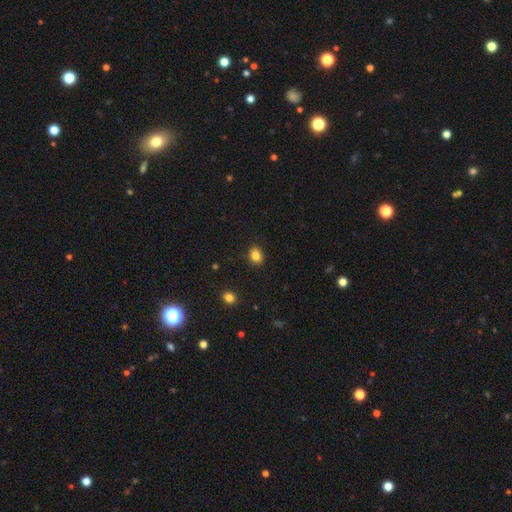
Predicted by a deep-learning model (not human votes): Smooth or featured? Predicted: smooth (p=0.84). How rounded? Predicted: in between (p=0.50). Merging? Predicted: none (p=0.89).